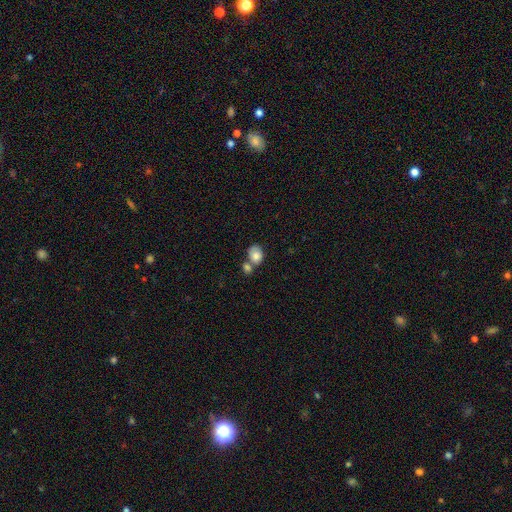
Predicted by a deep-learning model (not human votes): Q: Smooth or featured?
A: smooth (80%); runner-up: featured or disk (12%)
Q: How rounded?
A: in between (61%); runner-up: round (38%)
Q: Merging?
A: merger (42%); runner-up: none (41%)